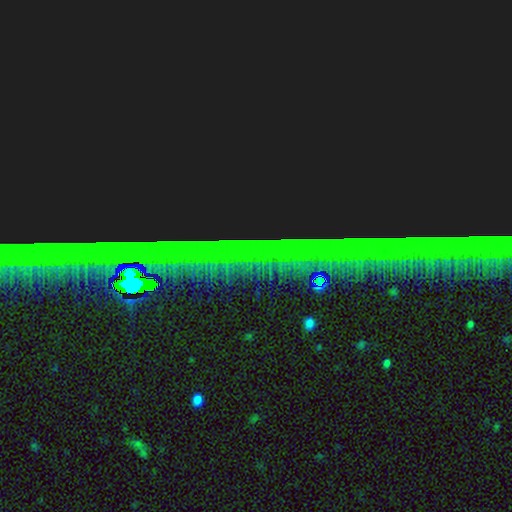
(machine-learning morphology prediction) Smooth or featured? star or artifact (86%)